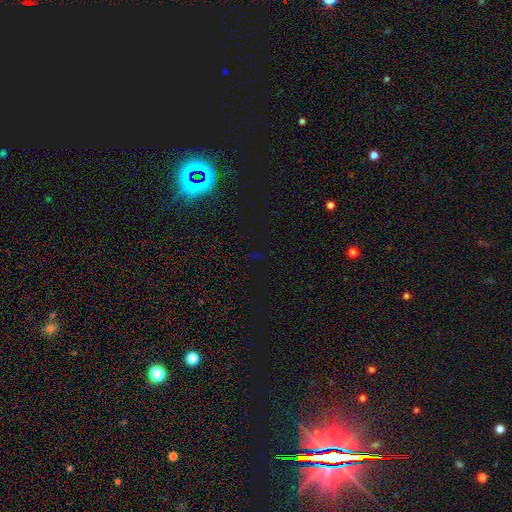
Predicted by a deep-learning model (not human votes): Smooth or featured?
  - star or artifact: 74% *
  - smooth: 17%
  - featured or disk: 10%